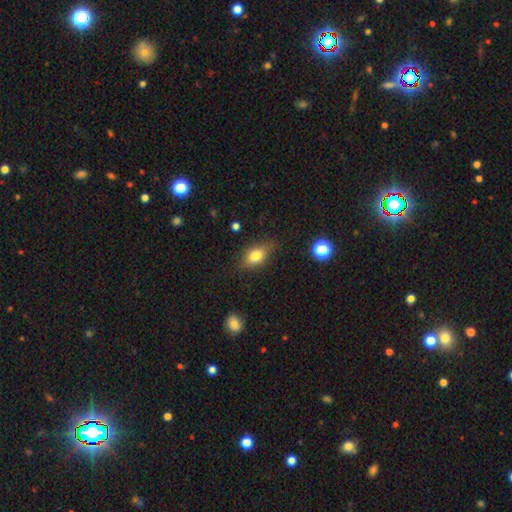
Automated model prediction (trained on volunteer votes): Smooth or featured? smooth (78%)
How rounded? in between (79%)
Merging? none (75%)